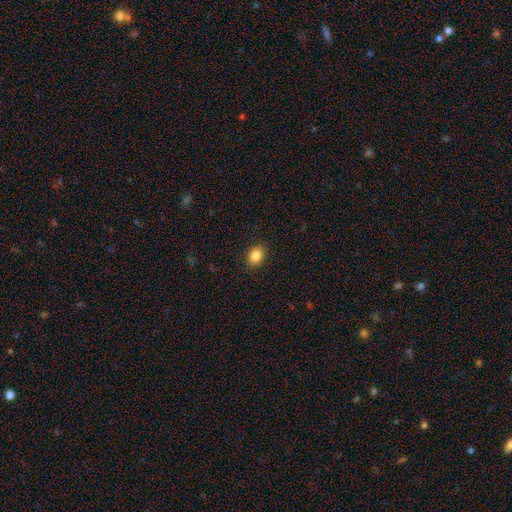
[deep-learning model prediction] Overall: smooth (85%). How rounded: in between (60%; round 39%). Merging: none (89%).